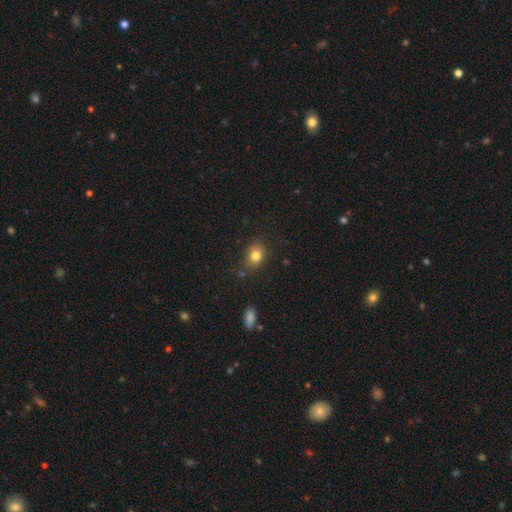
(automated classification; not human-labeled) A smooth galaxy with no disk features (81%) that is in between round and cigar-shaped (54%).

Vote fractions:
- Smooth or featured? smooth: 81% / star or artifact: 11% / featured or disk: 8%
- How rounded? in between: 54% / round: 45% / cigar-shaped: 1%
- Merging? none: 77% / minor disturbance: 16% / major disturbance: 4% / merger: 3%